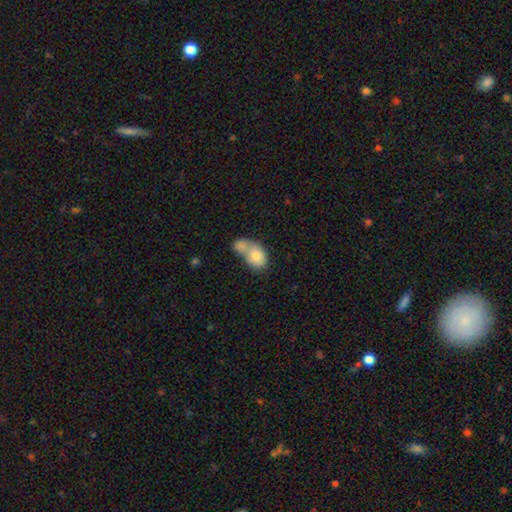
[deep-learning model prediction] Q: Smooth or featured?
A: smooth (78%); runner-up: featured or disk (15%)
Q: How rounded?
A: in between (66%); runner-up: round (33%)
Q: Merging?
A: merger (67%); runner-up: none (20%)